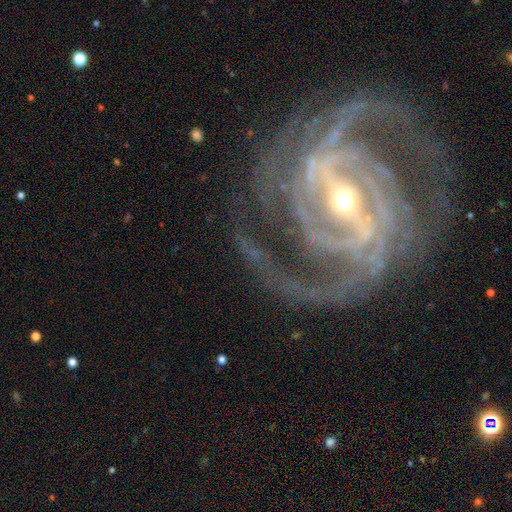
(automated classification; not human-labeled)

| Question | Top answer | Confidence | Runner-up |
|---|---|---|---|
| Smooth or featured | featured or disk | 92% | star or artifact (5%) |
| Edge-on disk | no | 97% | yes (3%) |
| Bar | strong | 68% | weak (24%) |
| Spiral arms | yes | 98% | no (2%) |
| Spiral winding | tight | 57% | medium (36%) |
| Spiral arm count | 2 | 27% | 3 (24%) |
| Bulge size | small | 54% | moderate (42%) |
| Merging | none | 75% | minor disturbance (14%) |